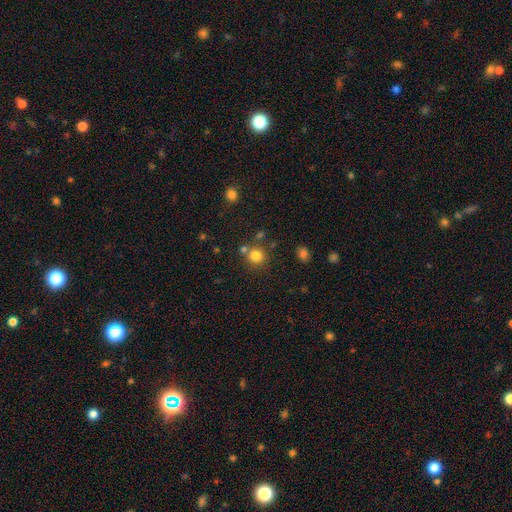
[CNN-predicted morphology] The model was most divided on "merging": none: 70%, merger: 17%, minor disturbance: 9%, major disturbance: 3%. More confident: how rounded — round (89%); smooth or featured — smooth (81%).